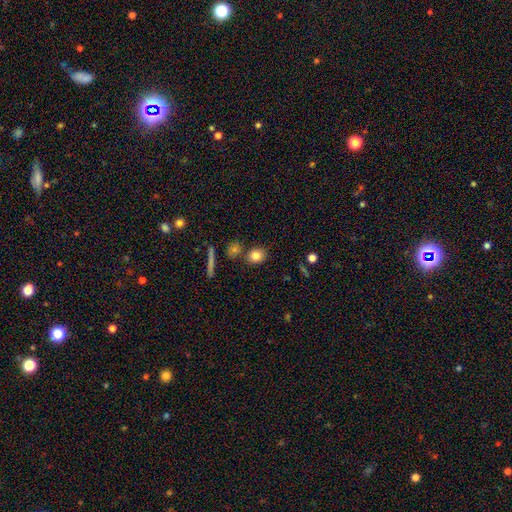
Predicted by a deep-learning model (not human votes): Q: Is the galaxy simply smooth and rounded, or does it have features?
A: smooth — 82%.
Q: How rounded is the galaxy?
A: round — 65%.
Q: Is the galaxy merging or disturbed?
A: none — 79%.